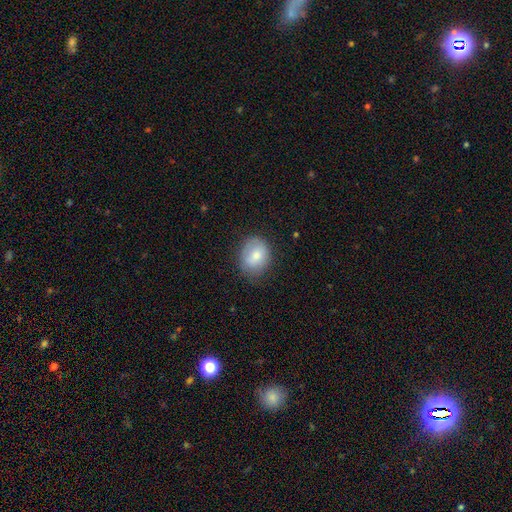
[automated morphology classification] Q: Smooth or featured?
A: smooth (75%); runner-up: featured or disk (17%)
Q: How rounded?
A: round (50%); runner-up: in between (49%)
Q: Merging?
A: none (68%); runner-up: minor disturbance (24%)